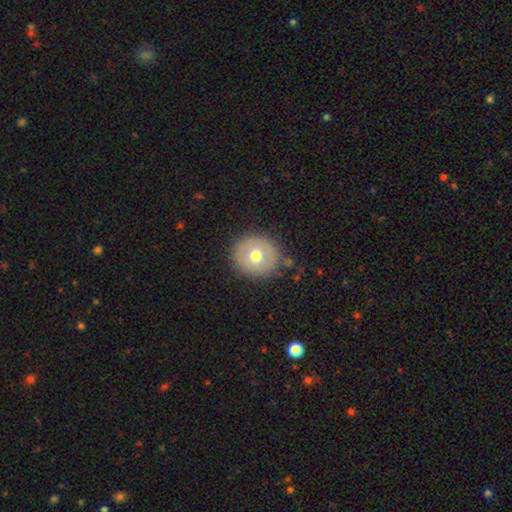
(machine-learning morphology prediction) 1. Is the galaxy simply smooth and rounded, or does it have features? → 65% smooth, 26% featured or disk, 9% star or artifact.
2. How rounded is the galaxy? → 89% round, 10% in between, 1% cigar-shaped.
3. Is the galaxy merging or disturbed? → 84% none, 10% minor disturbance, 4% major disturbance, 2% merger.